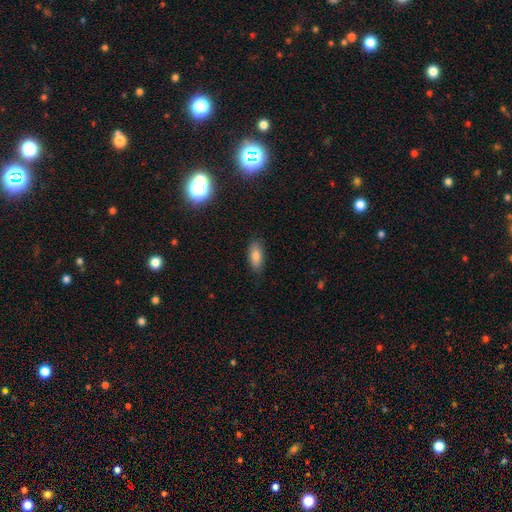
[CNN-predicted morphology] Smooth or featured?
  - smooth: 81% *
  - star or artifact: 11%
  - featured or disk: 9%
How rounded?
  - in between: 83% *
  - cigar-shaped: 13%
  - round: 3%
Merging?
  - none: 85% *
  - minor disturbance: 11%
  - major disturbance: 2%
  - merger: 1%